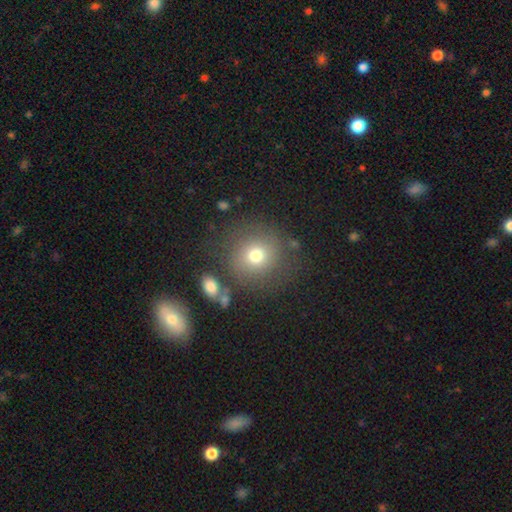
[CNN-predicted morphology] smooth-or-featured: smooth: 72% | star or artifact: 14% | featured or disk: 14%
  how-rounded: round: 88% | in between: 11% | cigar-shaped: 1%
  merging: none: 77% | minor disturbance: 12% | major disturbance: 6% | merger: 4%